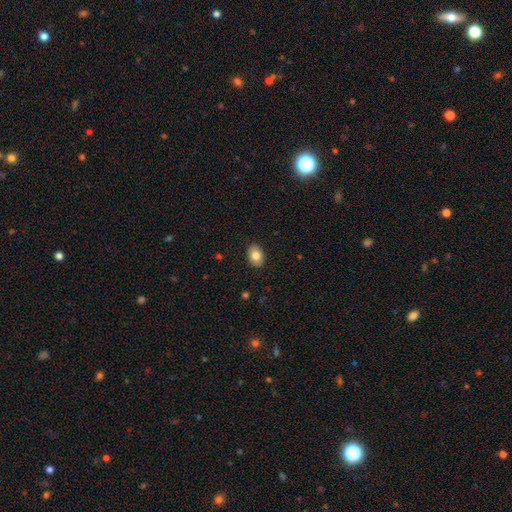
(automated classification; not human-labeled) smooth 81%, featured or disk 11%, star or artifact 8%. Down the decision tree: how rounded — in between (73%); merging — none (88%).